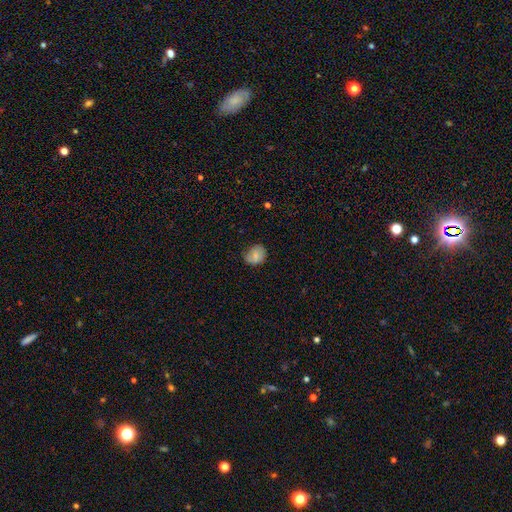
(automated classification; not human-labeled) A smooth galaxy with no disk features (77%) that is round (58%).

Vote fractions:
- Smooth or featured? smooth: 77% / featured or disk: 14% / star or artifact: 9%
- How rounded? round: 58% / in between: 41% / cigar-shaped: 1%
- Merging? none: 64% / minor disturbance: 28% / major disturbance: 6% / merger: 1%